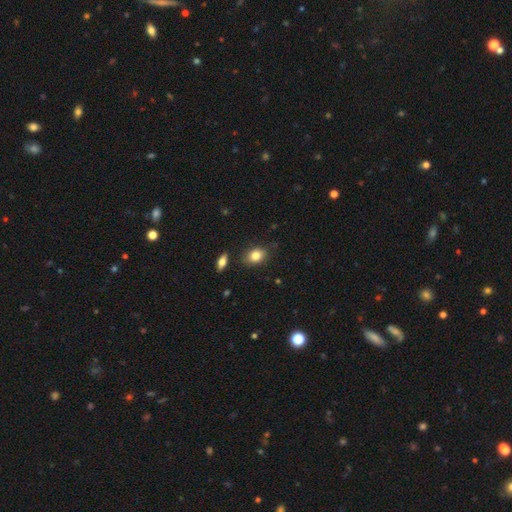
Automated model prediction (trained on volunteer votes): Q: Smooth or featured?
A: smooth (83%); runner-up: star or artifact (9%)
Q: How rounded?
A: in between (73%); runner-up: round (26%)
Q: Merging?
A: none (82%); runner-up: minor disturbance (13%)